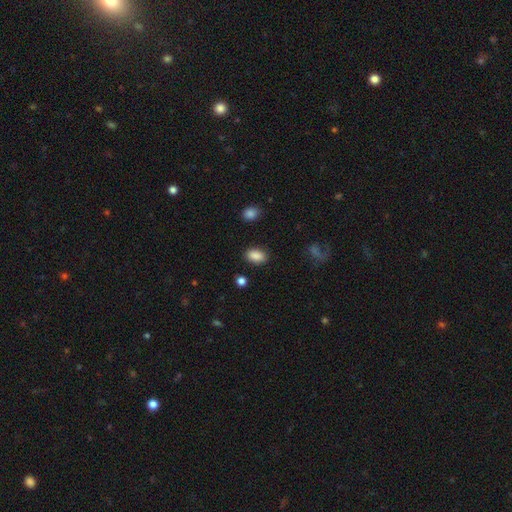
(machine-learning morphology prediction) Overall: smooth (88%). How rounded: in between (90%). Merging: none (86%).